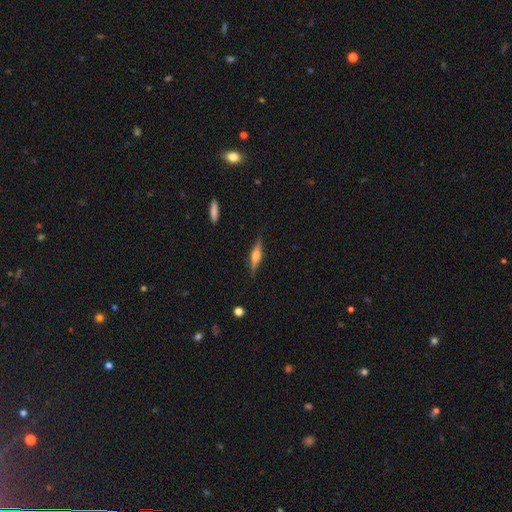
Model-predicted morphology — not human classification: The model was most divided on "smooth or featured": featured or disk: 64%, smooth: 29%, star or artifact: 6%. More confident: edge-on disk — yes (97%); merging — none (87%); edge-on bulge — rounded (85%).